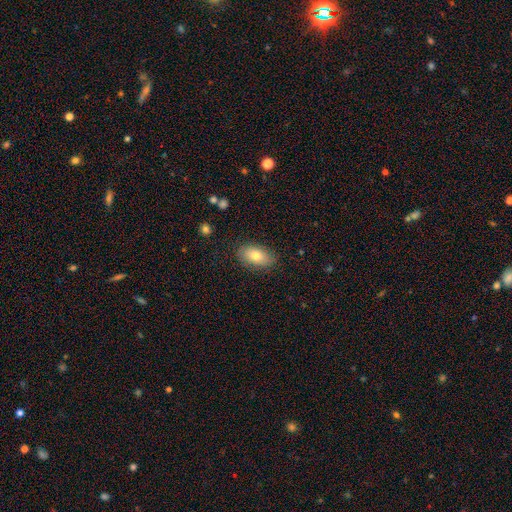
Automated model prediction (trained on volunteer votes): This appears to be a smooth galaxy with no disk features (78%) that is in between round and cigar-shaped (92%). Merging: none (84%).